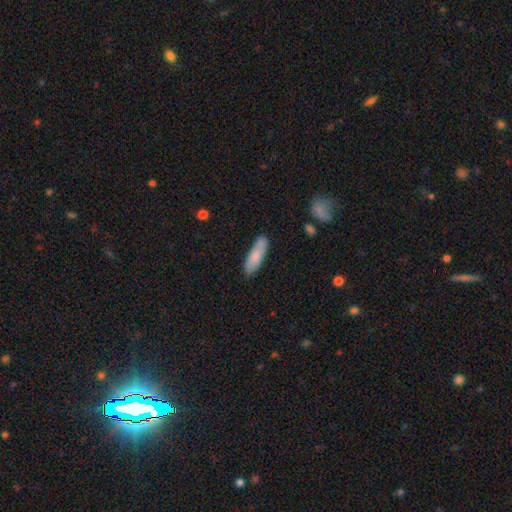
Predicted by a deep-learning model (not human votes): Smooth or featured?
  - smooth: 81% *
  - featured or disk: 13%
  - star or artifact: 6%
How rounded?
  - cigar-shaped: 54% *
  - in between: 45%
  - round: 2%
Merging?
  - none: 82% *
  - minor disturbance: 13%
  - merger: 2%
  - major disturbance: 2%